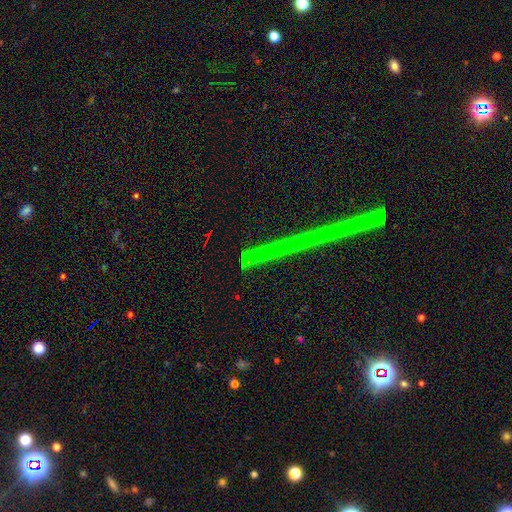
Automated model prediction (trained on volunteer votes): This is likely a star or artifact rather than a galaxy (75%).